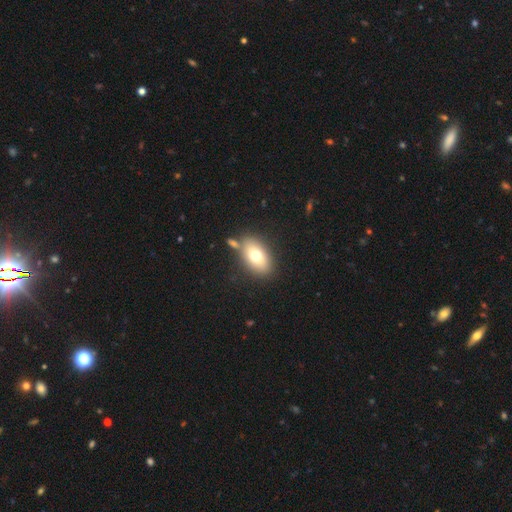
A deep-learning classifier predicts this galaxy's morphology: A smooth galaxy with no disk features (72%) that is in between round and cigar-shaped (88%).

Vote fractions:
- Smooth or featured? smooth: 72% / featured or disk: 20% / star or artifact: 9%
- How rounded? in between: 88% / round: 10% / cigar-shaped: 2%
- Merging? none: 71% / merger: 13% / minor disturbance: 12% / major disturbance: 4%